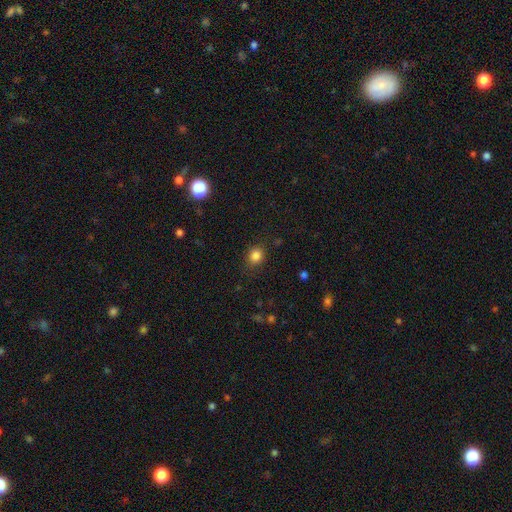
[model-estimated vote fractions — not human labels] Smooth or featured? smooth (83%)
How rounded? round (73%)
Merging? none (83%)